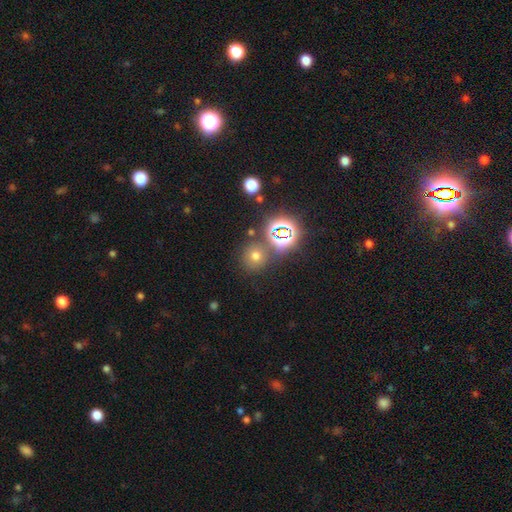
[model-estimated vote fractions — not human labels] smooth-or-featured: smooth: 59% | star or artifact: 31% | featured or disk: 10%
  how-rounded: round: 89% | in between: 10% | cigar-shaped: 1%
  merging: none: 75% | merger: 11% | minor disturbance: 9% | major disturbance: 4%